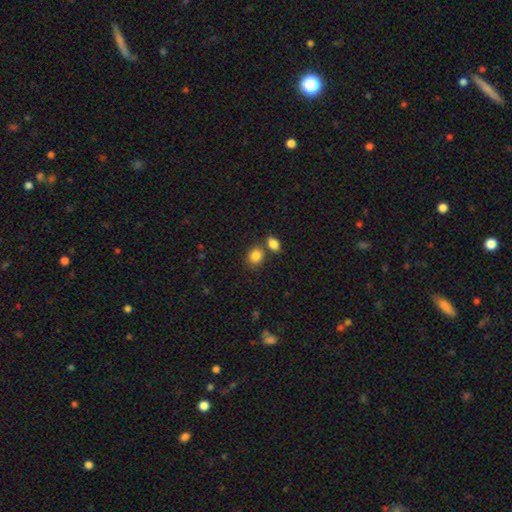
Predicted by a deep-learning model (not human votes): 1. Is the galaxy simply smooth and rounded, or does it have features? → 86% smooth, 9% star or artifact, 5% featured or disk.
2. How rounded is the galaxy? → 64% round, 35% in between, 1% cigar-shaped.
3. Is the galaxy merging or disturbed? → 63% none, 25% merger, 10% minor disturbance, 3% major disturbance.